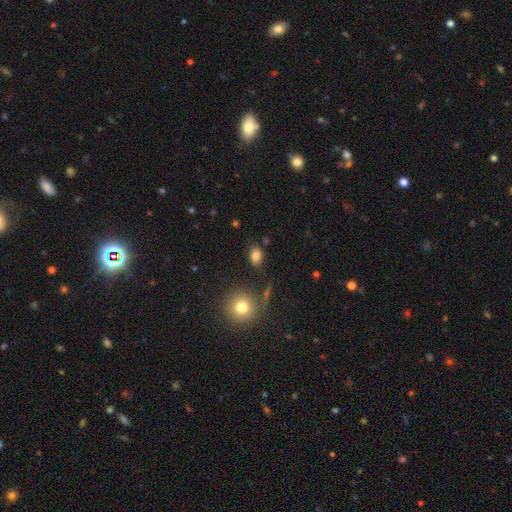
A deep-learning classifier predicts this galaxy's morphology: smooth 81%, star or artifact 12%, featured or disk 7%. Down the decision tree: how rounded — in between (74%); merging — none (79%).